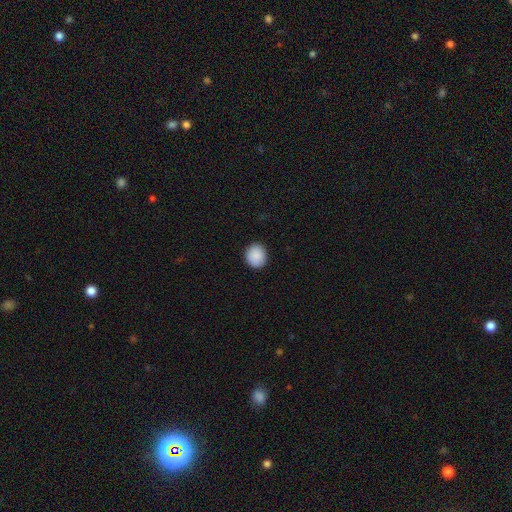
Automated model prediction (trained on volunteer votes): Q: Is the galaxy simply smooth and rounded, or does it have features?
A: smooth — 90%.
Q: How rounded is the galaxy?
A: round — 79%.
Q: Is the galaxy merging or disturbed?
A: none — 90%.